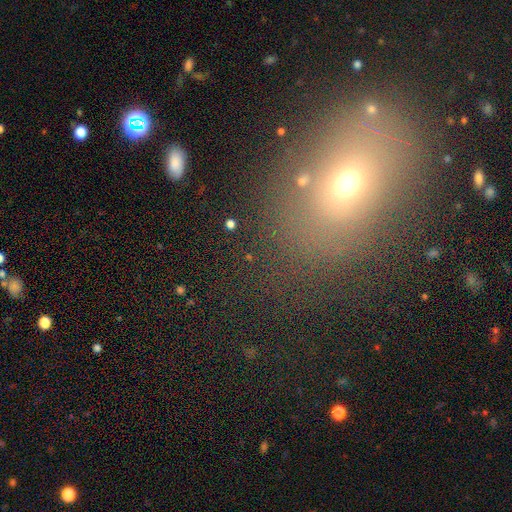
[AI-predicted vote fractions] Smooth or featured? Predicted: smooth (p=0.59). How rounded? Predicted: in between (p=0.64). Merging? Predicted: none (p=0.78).